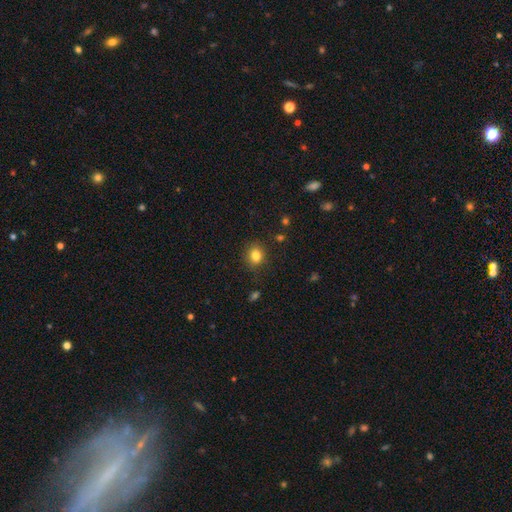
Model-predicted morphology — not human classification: Smooth or featured? smooth (83%)
How rounded? round (63%)
Merging? none (83%)